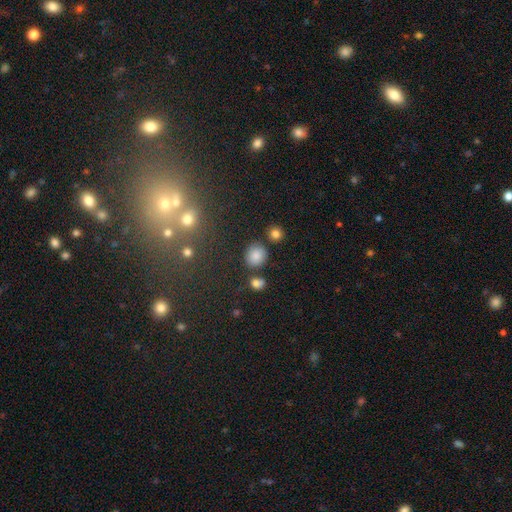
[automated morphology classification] smooth_or_featured: smooth (p=0.80) [alt: star or artifact p=0.13]
how_rounded: round (p=0.73) [alt: in between p=0.26]
merging: none (p=0.80) [alt: minor disturbance p=0.10]